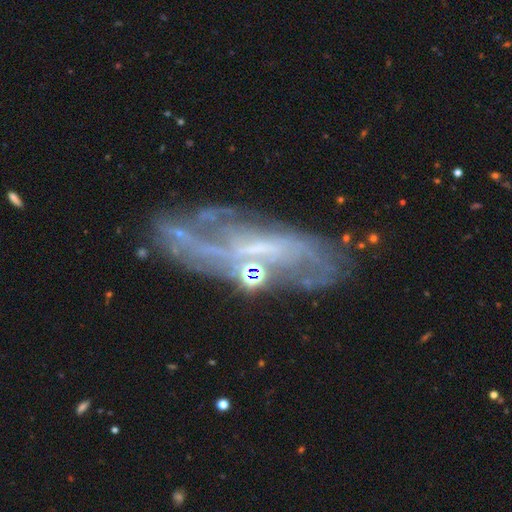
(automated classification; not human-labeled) Smooth or featured? Predicted: featured or disk (p=0.79). Edge-on disk? Predicted: no (p=0.88). Bar? Predicted: weak (p=0.42). Spiral arms? Predicted: yes (p=0.78). Spiral winding? Predicted: loose (p=0.41). Spiral arm count? Predicted: 2 (p=0.46). Bulge size? Predicted: small (p=0.40). Merging? Predicted: none (p=0.56).